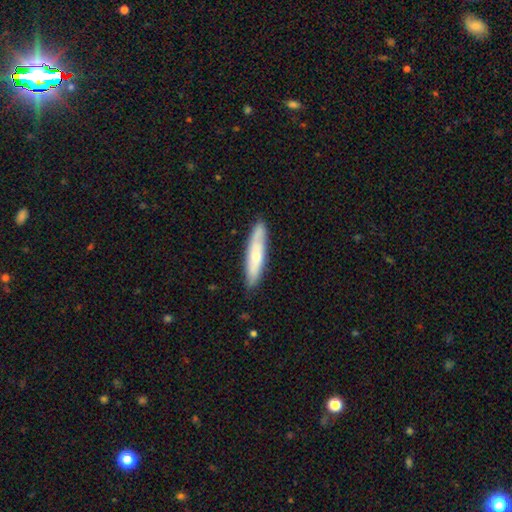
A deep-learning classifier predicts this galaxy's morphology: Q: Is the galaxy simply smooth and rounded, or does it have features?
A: smooth — 57%.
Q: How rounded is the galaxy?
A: cigar-shaped — 80%.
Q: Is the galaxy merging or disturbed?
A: none — 84%.